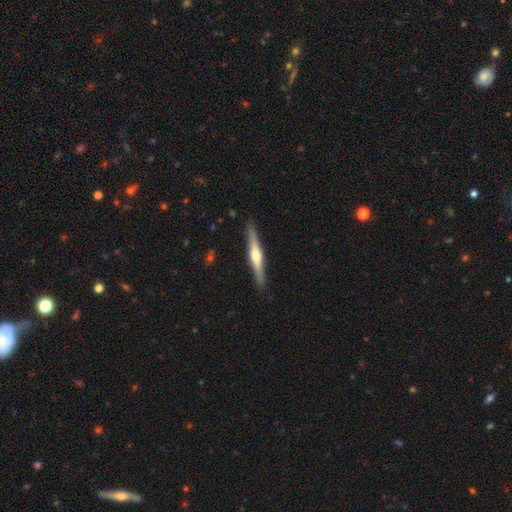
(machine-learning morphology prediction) A featured or disk galaxy (63%) viewed edge-on (97%) with a rounded central bulge (87%).

Vote fractions:
- Smooth or featured? featured or disk: 63% / smooth: 31% / star or artifact: 5%
- Edge-on disk? yes: 97% / no: 3%
- Edge-on bulge? rounded: 87% / none: 7% / boxy: 7%
- Merging? none: 90% / minor disturbance: 8% / major disturbance: 2% / merger: 1%